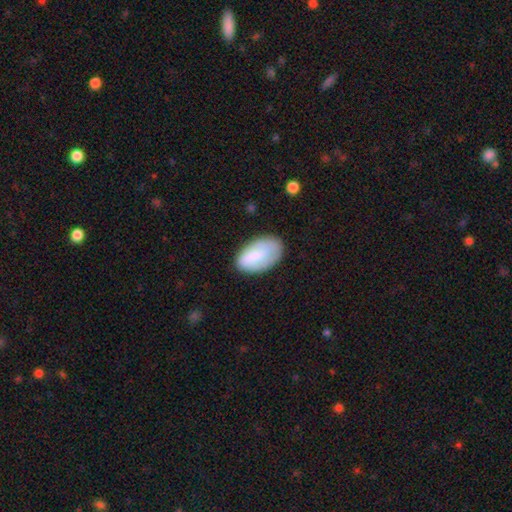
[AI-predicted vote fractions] smooth-or-featured: smooth: 71% | featured or disk: 22% | star or artifact: 6%
  how-rounded: in between: 95% | round: 4% | cigar-shaped: 2%
  merging: none: 73% | minor disturbance: 20% | major disturbance: 5% | merger: 2%